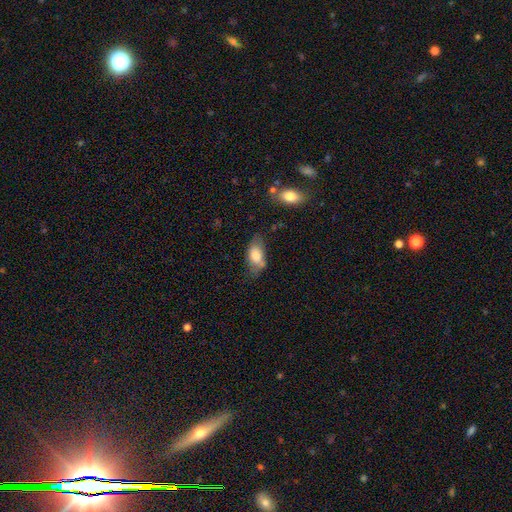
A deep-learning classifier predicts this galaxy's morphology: This is likely a smooth galaxy (76%). How rounded: clearly in between (90%). Merging: possibly none (53%).